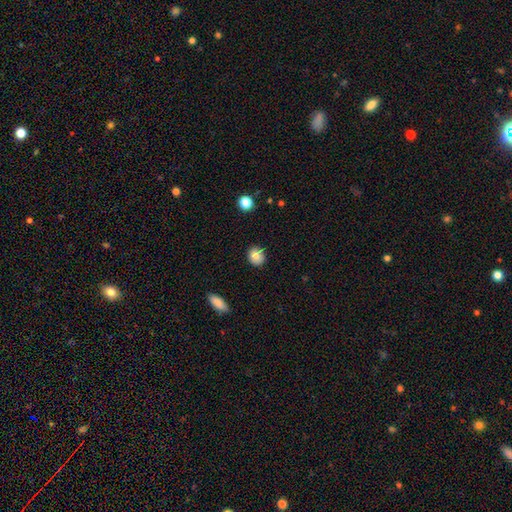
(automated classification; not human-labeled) Smooth or featured? Predicted: smooth (p=0.80). How rounded? Predicted: round (p=0.78). Merging? Predicted: none (p=0.80).